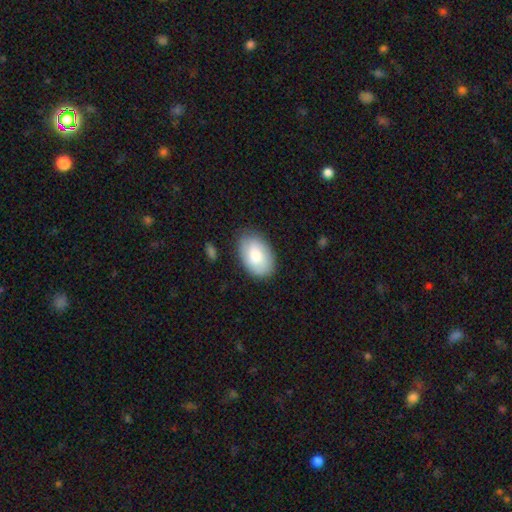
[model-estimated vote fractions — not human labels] Smooth or featured: smooth — 77% (featured or disk — 17%)
How rounded: in between — 90% (round — 9%)
Merging: none — 82% (minor disturbance — 13%)